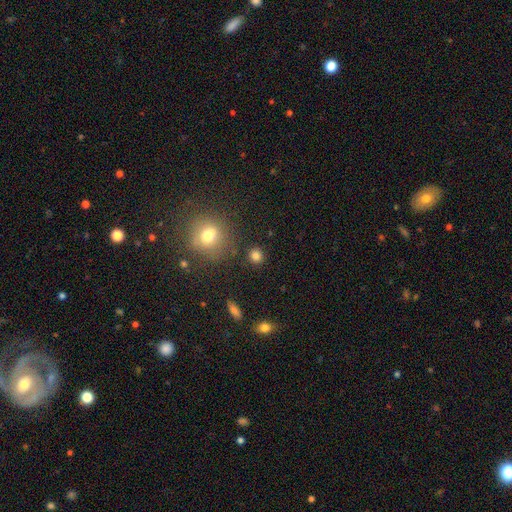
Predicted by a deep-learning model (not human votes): smooth 81%, star or artifact 13%, featured or disk 5%. Down the decision tree: how rounded — round (90%); merging — none (87%).